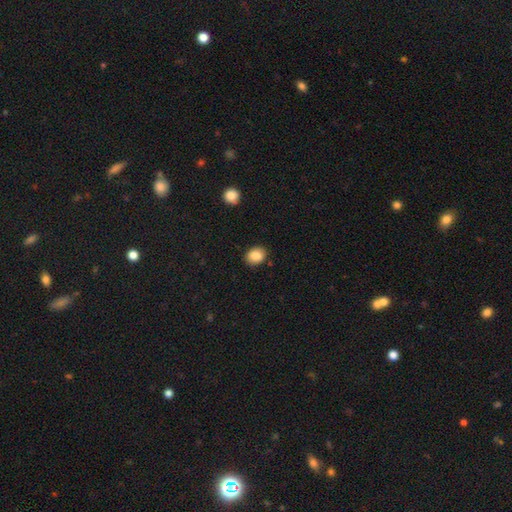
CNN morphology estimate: A smooth galaxy with no disk features (88%) that is in between round and cigar-shaped (55%). Merging: none (84%).